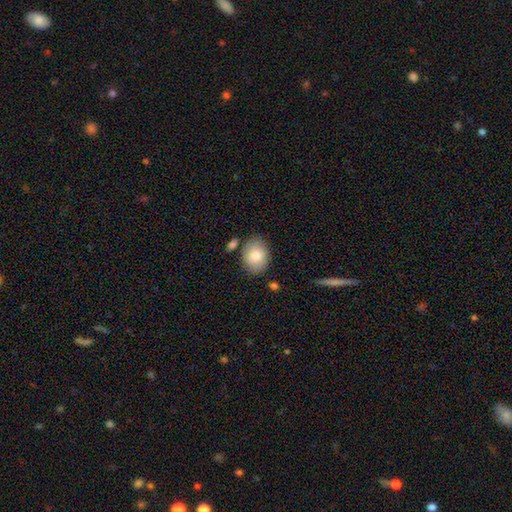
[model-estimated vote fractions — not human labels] smooth 81%, featured or disk 13%, star or artifact 6%. Down the decision tree: how rounded — in between (59%); merging — none (75%).